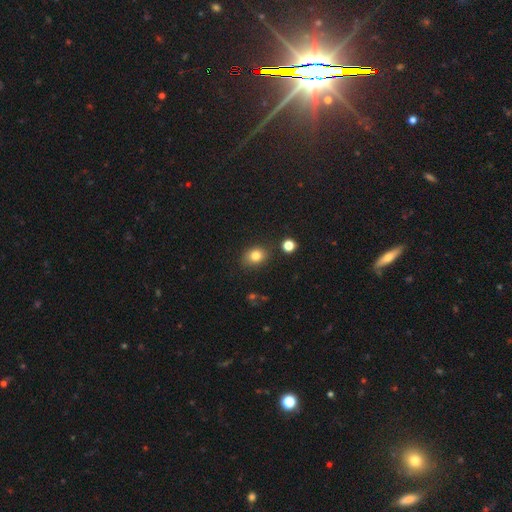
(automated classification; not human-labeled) A smooth galaxy with no disk features (81%) that is in between round and cigar-shaped (50%). Merging: none (82%).